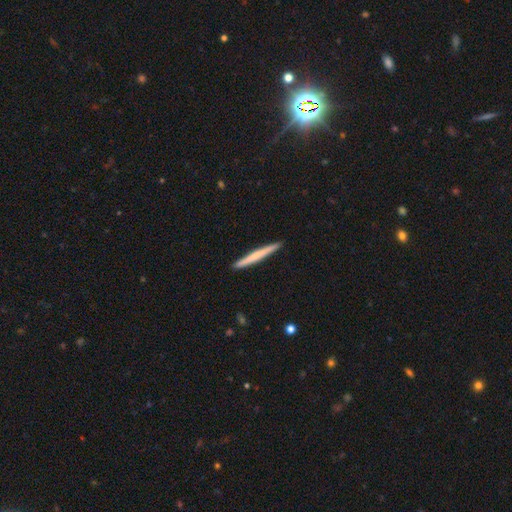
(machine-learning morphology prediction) type=smooth (55%); roundness=cigar-shaped (97%); merging=none (92%).